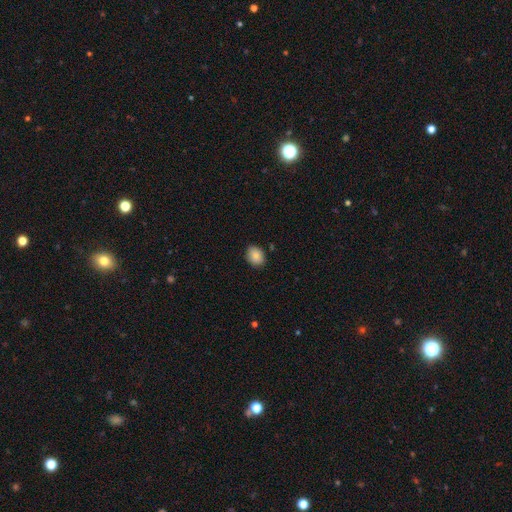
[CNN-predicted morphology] A smooth galaxy with no disk features (86%) that is in between round and cigar-shaped (58%). Merging: none (86%).